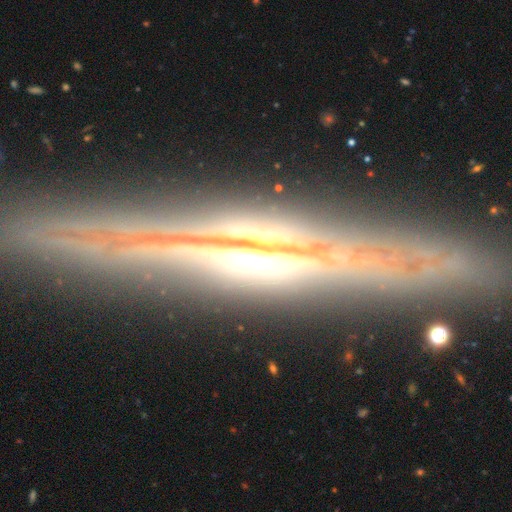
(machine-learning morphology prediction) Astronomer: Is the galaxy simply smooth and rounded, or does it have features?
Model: featured or disk — 78%.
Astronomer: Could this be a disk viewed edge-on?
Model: yes — 92%.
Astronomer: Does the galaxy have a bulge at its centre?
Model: rounded — 64%.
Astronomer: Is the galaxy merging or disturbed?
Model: none — 86%.